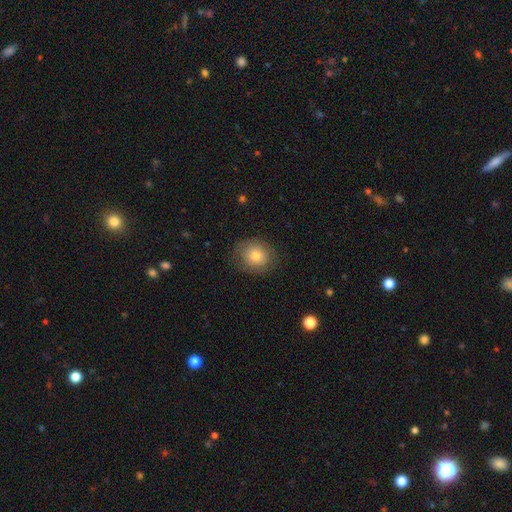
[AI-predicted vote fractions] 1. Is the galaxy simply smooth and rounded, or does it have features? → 76% smooth, 15% featured or disk, 8% star or artifact.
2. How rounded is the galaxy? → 71% round, 28% in between, 1% cigar-shaped.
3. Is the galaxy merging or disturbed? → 80% none, 14% minor disturbance, 5% major disturbance, 1% merger.